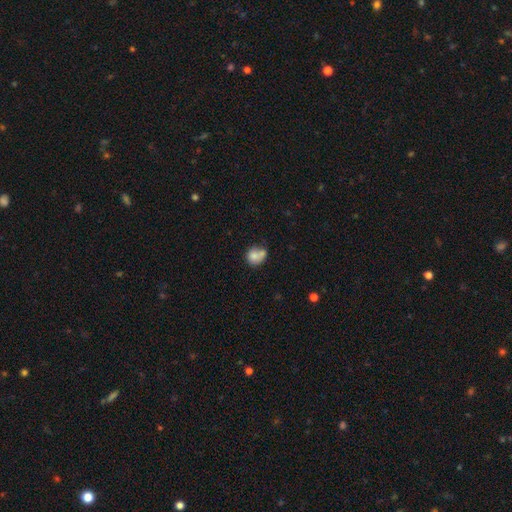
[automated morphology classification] A smooth galaxy with no disk features (77%) that is round (68%).

Vote fractions:
- Smooth or featured? smooth: 77% / featured or disk: 14% / star or artifact: 9%
- How rounded? round: 68% / in between: 31% / cigar-shaped: 1%
- Merging? merger: 41% / none: 35% / minor disturbance: 17% / major disturbance: 8%